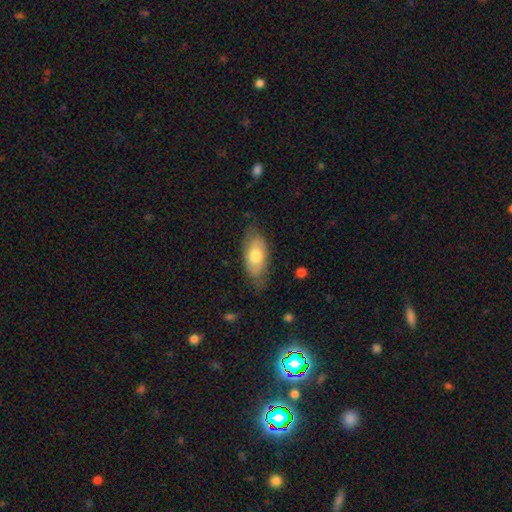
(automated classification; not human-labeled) This is likely a smooth galaxy (65%). How rounded: clearly in between (89%). Merging: likely none (68%).